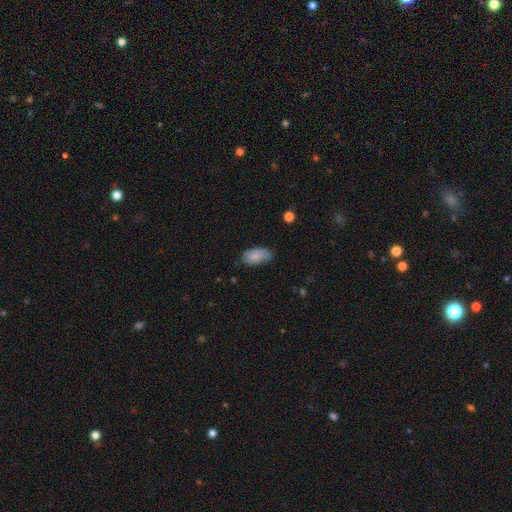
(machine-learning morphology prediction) A smooth galaxy with no disk features (84%) that is in between round and cigar-shaped (93%).

Vote fractions:
- Smooth or featured? smooth: 84% / featured or disk: 9% / star or artifact: 7%
- How rounded? in between: 93% / cigar-shaped: 4% / round: 3%
- Merging? none: 70% / minor disturbance: 24% / major disturbance: 5% / merger: 1%